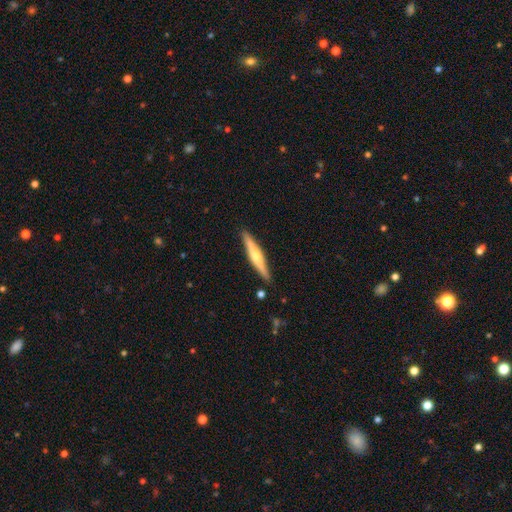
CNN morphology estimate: Overall: featured or disk (59%; smooth 35%). Edge-on disk: yes (96%). Edge-on bulge: rounded (87%). Merging: none (89%).